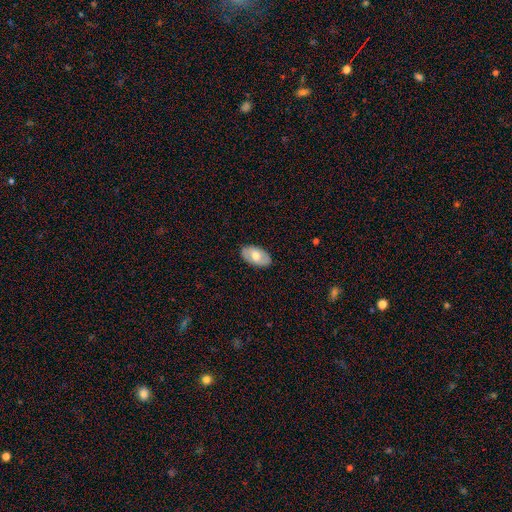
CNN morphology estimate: The model was most divided on "smooth or featured": smooth: 65%, featured or disk: 30%, star or artifact: 6%. More confident: how rounded — in between (94%); merging — none (87%).